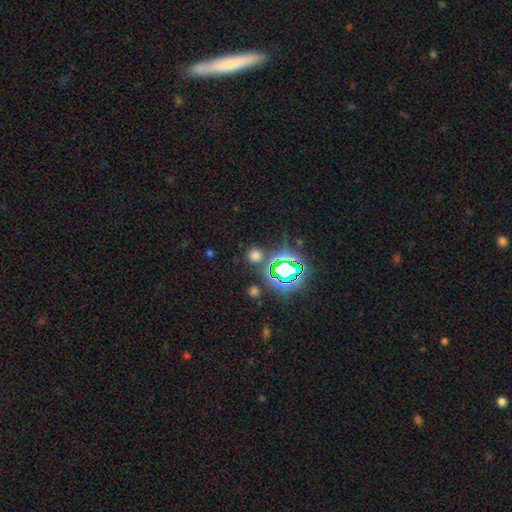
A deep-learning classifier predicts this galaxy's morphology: Smooth or featured? Predicted: smooth (p=0.60). How rounded? Predicted: round (p=0.89). Merging? Predicted: none (p=0.82).